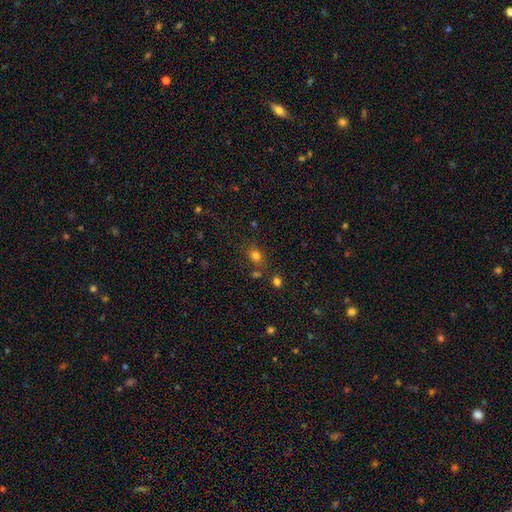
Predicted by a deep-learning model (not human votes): This is likely a smooth galaxy (77%). How rounded: possibly round (56%). Merging: likely none (72%).